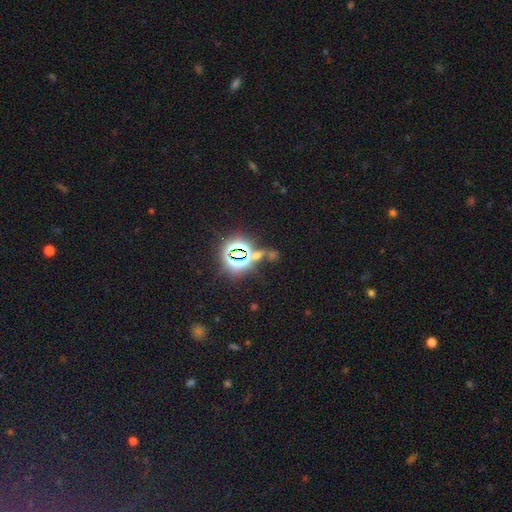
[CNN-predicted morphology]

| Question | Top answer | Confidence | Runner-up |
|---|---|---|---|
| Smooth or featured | star or artifact | 69% | smooth (22%) |